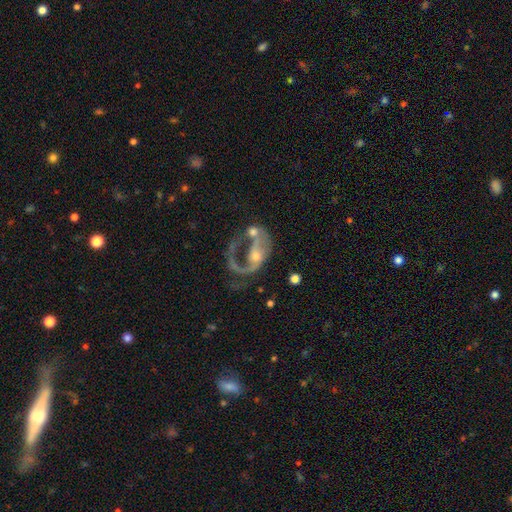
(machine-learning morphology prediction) smooth-or-featured: featured or disk: 78% | smooth: 14% | star or artifact: 8%
  disk-edge-on: no: 97% | yes: 3%
    bar: no: 64% | weak: 26% | strong: 10%
    has-spiral-arms: yes: 69% | no: 31%
      spiral-winding: loose: 50% | medium: 34% | tight: 16%
      spiral-arm-count: 1: 67% | 2: 21% | can't tell: 9% | 3: 2% | 4: 1% | more than 4: 1%
    bulge-size: small: 45% | moderate: 43% | none: 7% | large: 4% | dominant: 2%
  merging: major disturbance: 40% | merger: 28% | none: 21% | minor disturbance: 11%